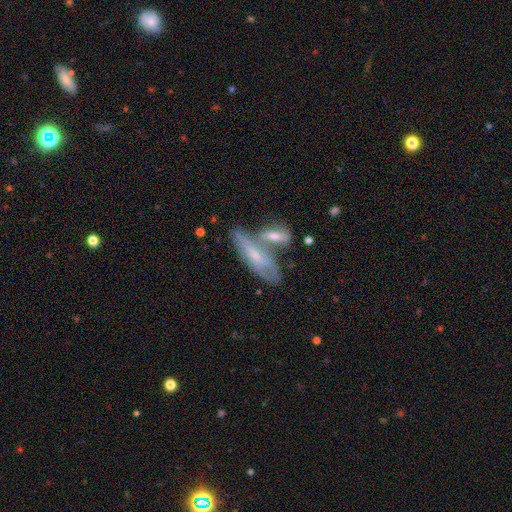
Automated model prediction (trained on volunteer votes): Morphology: type=featured or disk (55%); edge-on=no (54%); merging=merger (45%).